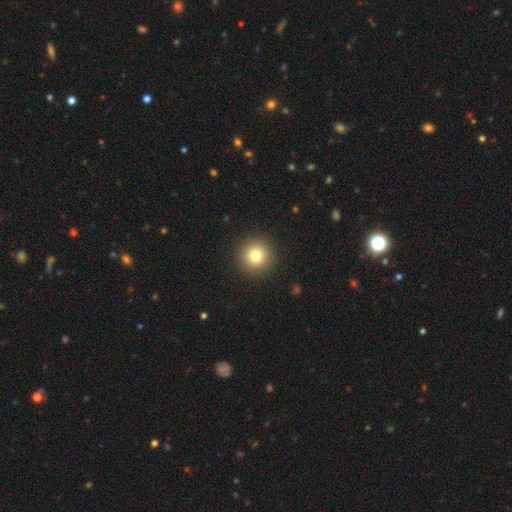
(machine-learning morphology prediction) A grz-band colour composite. It shows a smooth galaxy with no disk features (79%) that is round (95%). Merging: none (92%).